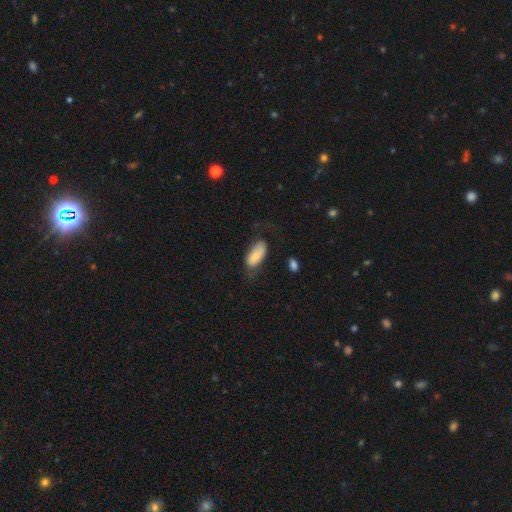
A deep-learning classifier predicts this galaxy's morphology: This appears to be a smooth galaxy with no disk features (76%) that is in between round and cigar-shaped (91%). Merging: none (48%).